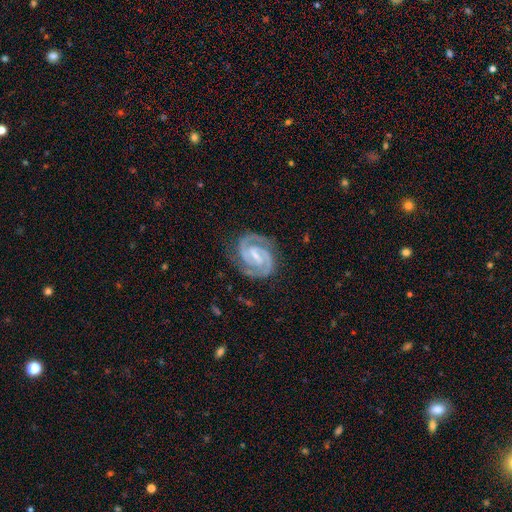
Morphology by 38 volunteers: smooth_or_featured: featured or disk (p=0.95) [alt: star or artifact p=0.05]
disk_edge_on: no (p=0.97) [alt: yes p=0.03]
bar: strong (p=0.51) [alt: weak p=0.43]
has_spiral_arms: yes (p=1.00)
spiral_winding: tight (p=0.57) [alt: medium p=0.43]
spiral_arm_count: 2 (p=1.00)
bulge_size: small (p=0.74) [alt: moderate p=0.17]
merging: none (p=0.86) [alt: minor disturbance p=0.14]